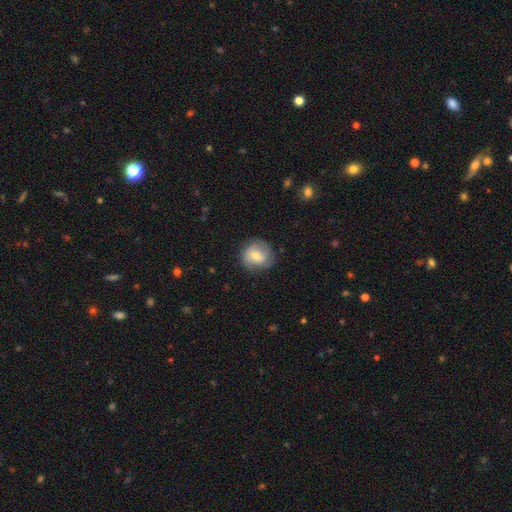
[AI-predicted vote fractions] smooth-or-featured: smooth: 64% | featured or disk: 29% | star or artifact: 8%
  how-rounded: round: 84% | in between: 15% | cigar-shaped: 1%
  merging: none: 72% | minor disturbance: 21% | major disturbance: 6% | merger: 1%